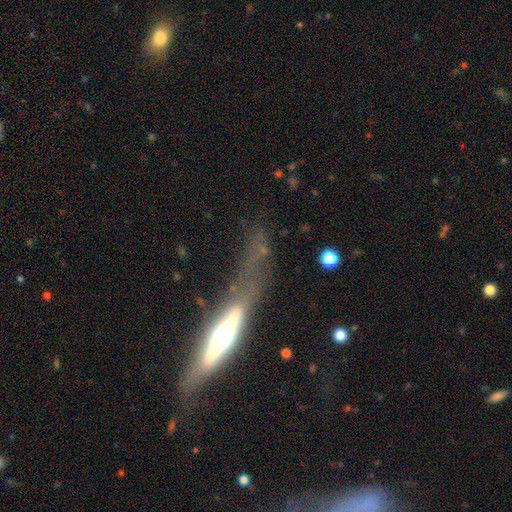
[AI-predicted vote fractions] Smooth or featured?
  - featured or disk: 62% *
  - smooth: 28%
  - star or artifact: 9%
Edge-on disk?
  - yes: 75% *
  - no: 25%
Merging?
  - none: 36% *
  - major disturbance: 35%
  - minor disturbance: 24%
  - merger: 5%